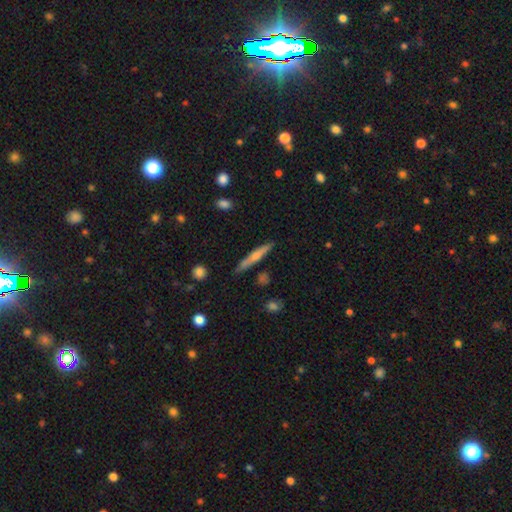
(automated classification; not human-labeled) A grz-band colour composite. It shows a smooth galaxy with no disk features (48%). Merging: none (83%).